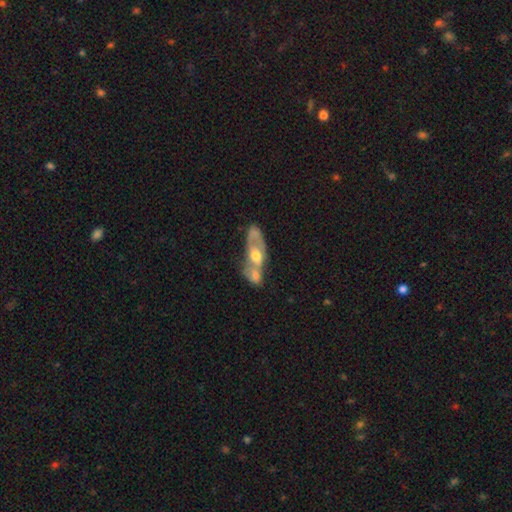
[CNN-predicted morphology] featured or disk 55%, smooth 38%, star or artifact 7%. Down the decision tree: edge-on disk — no (82%); merging — merger (59%).